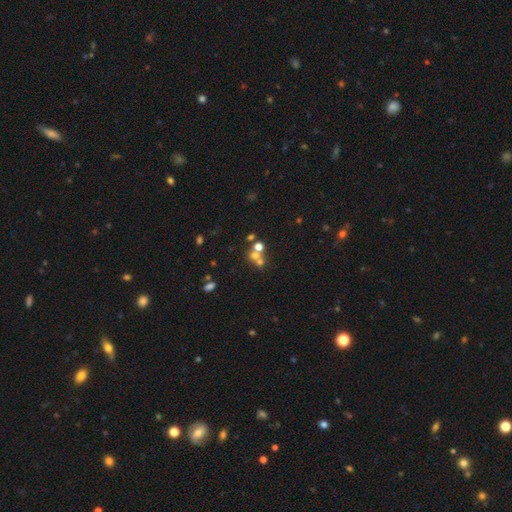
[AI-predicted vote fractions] A smooth galaxy with no disk features (52%) that is round (78%). Merging: merger (51%).